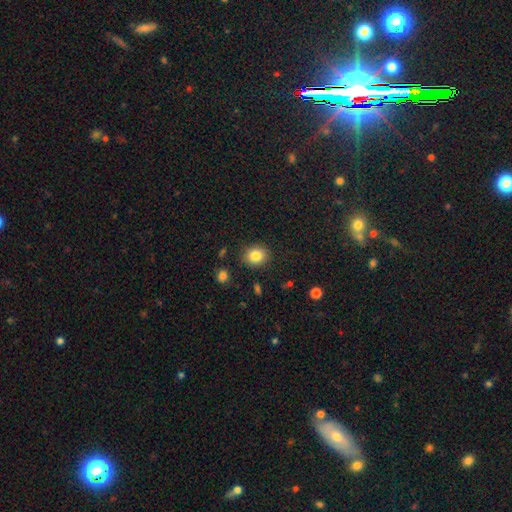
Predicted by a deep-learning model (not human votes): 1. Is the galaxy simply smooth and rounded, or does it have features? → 84% smooth, 10% star or artifact, 7% featured or disk.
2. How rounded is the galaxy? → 69% round, 30% in between, 1% cigar-shaped.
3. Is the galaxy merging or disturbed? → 88% none, 8% minor disturbance, 2% major disturbance, 2% merger.